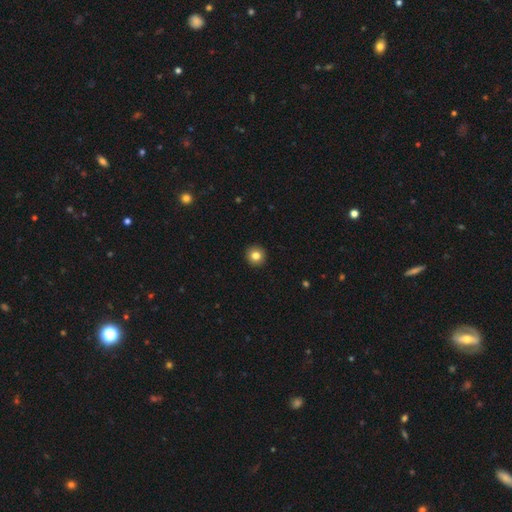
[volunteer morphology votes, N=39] A smooth galaxy with no disk features (87%) that is round (100%). Merging: none (94%).